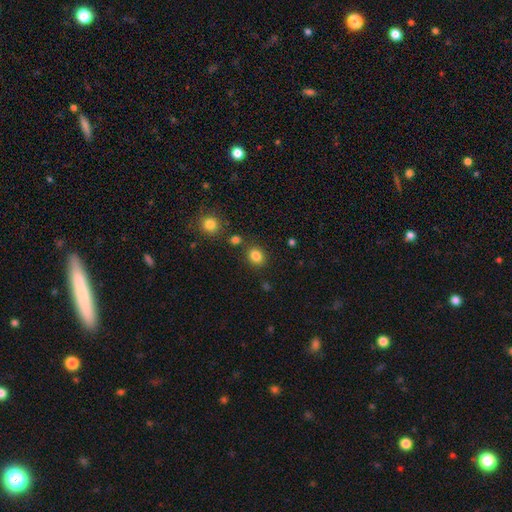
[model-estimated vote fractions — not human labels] A smooth galaxy with no disk features (83%) that is round (65%). Merging: none (83%).